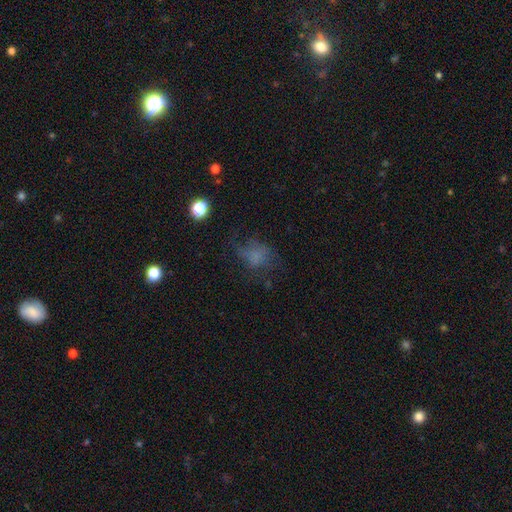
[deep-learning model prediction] A smooth galaxy with no disk features (53%) that is in between round and cigar-shaped (51%).

Vote fractions:
- Smooth or featured? smooth: 53% / featured or disk: 27% / star or artifact: 21%
- How rounded? in between: 51% / round: 47% / cigar-shaped: 2%
- Merging? none: 47% / major disturbance: 29% / minor disturbance: 22% / merger: 2%